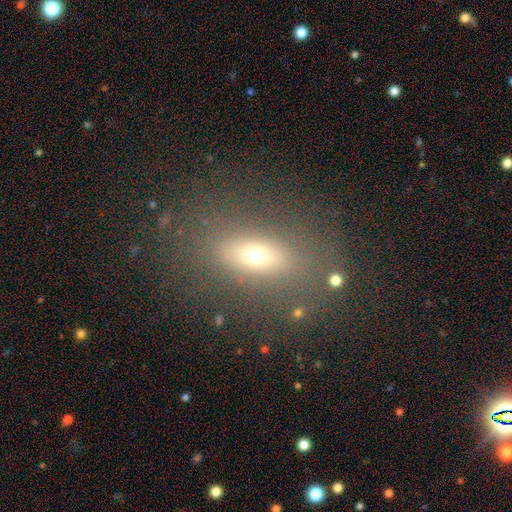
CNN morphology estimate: This appears to be a smooth galaxy with no disk features (58%) that is in between round and cigar-shaped (67%). Merging: none (79%).